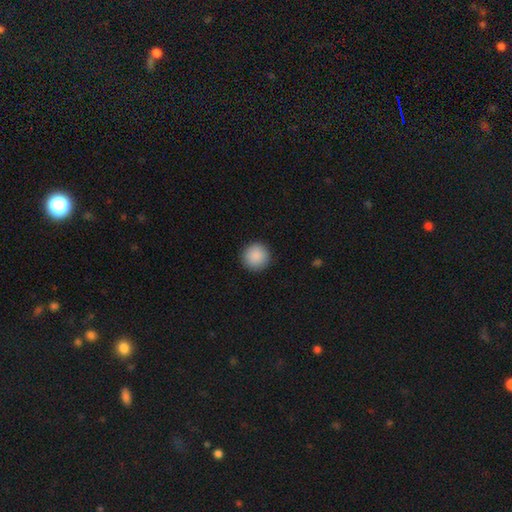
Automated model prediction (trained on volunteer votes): A smooth galaxy with no disk features (90%) that is round (95%). Merging: none (93%).